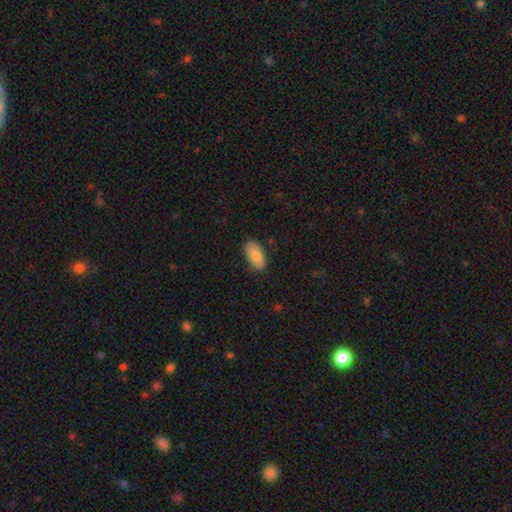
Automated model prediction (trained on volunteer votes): Smooth or featured? smooth (85%)
How rounded? in between (93%)
Merging? none (83%)